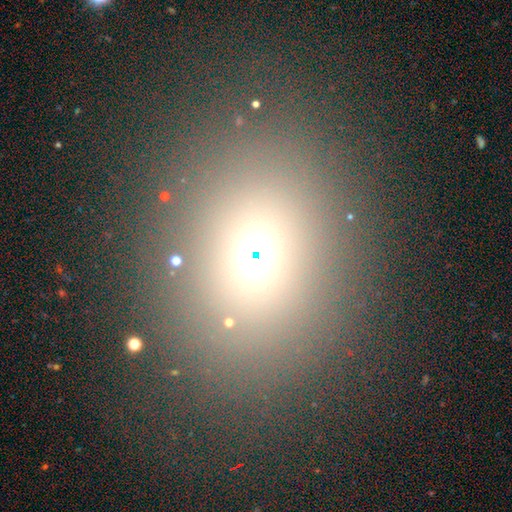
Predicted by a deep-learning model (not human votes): Morphology: type=smooth (61%); roundness=round (57%); merging=none (78%).